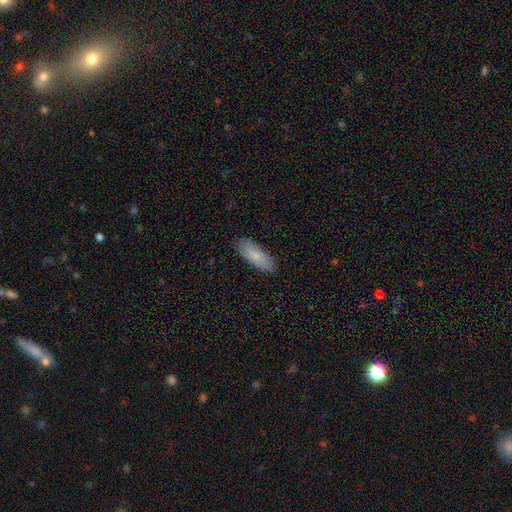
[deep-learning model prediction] smooth 82%, featured or disk 12%, star or artifact 6%. Down the decision tree: how rounded — in between (64%); merging — none (84%).